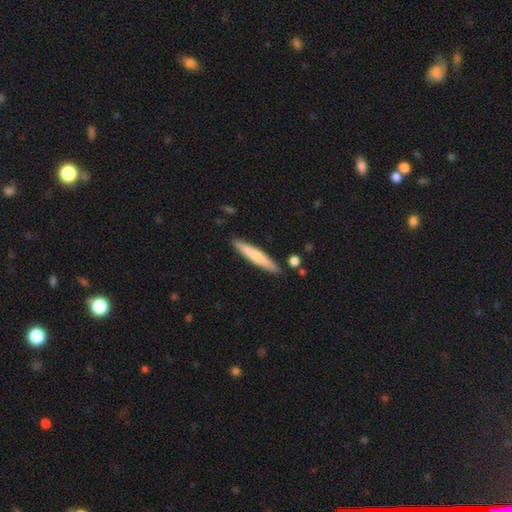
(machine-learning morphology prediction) This is likely a smooth galaxy (65%). How rounded: clearly cigar-shaped (94%). Merging: clearly none (88%).